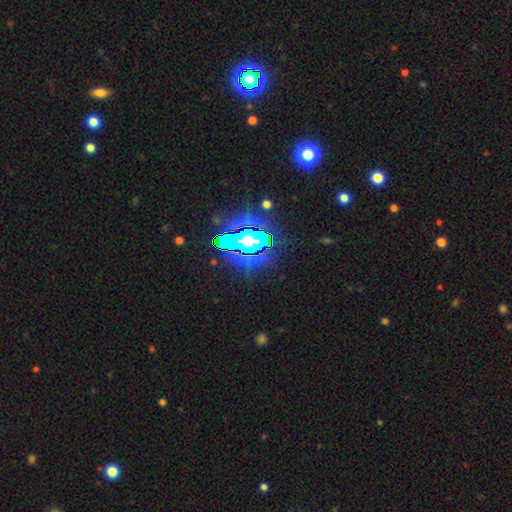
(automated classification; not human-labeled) smooth_or_featured: star or artifact (p=0.85) [alt: smooth p=0.08]